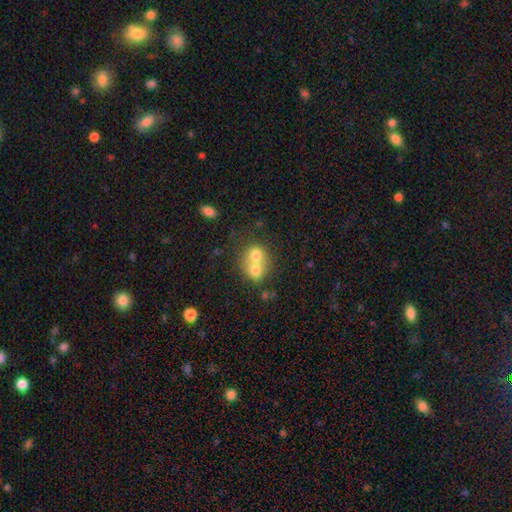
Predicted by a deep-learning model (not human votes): smooth-or-featured: smooth: 69% | featured or disk: 21% | star or artifact: 10%
  how-rounded: round: 72% | in between: 27% | cigar-shaped: 1%
  merging: merger: 72% | none: 20% | minor disturbance: 5% | major disturbance: 2%